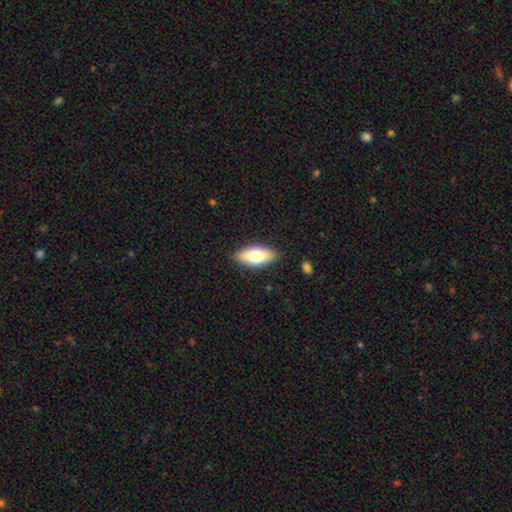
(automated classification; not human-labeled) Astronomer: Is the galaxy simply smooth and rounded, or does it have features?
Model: smooth — 70%.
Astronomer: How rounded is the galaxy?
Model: in between — 82%.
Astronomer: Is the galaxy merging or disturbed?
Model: none — 87%.